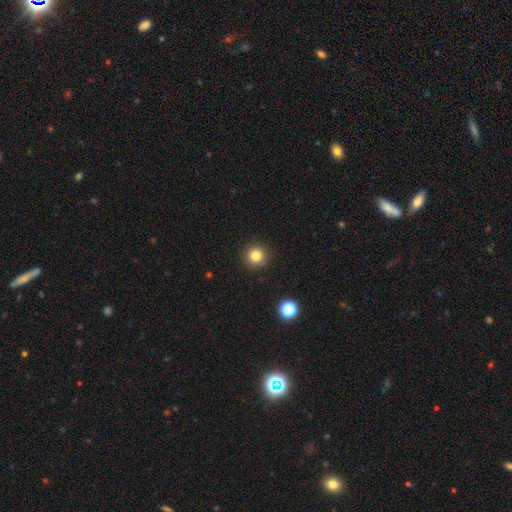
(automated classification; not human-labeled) This appears to be a smooth galaxy with no disk features (82%) that is round (95%). Merging: none (92%).